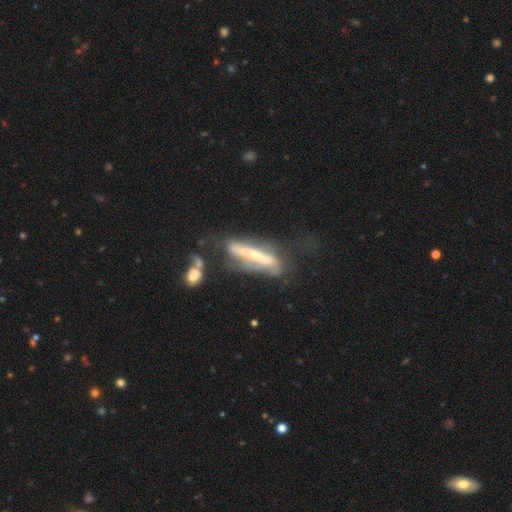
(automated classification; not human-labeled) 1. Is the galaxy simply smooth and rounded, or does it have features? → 64% featured or disk, 28% smooth, 7% star or artifact.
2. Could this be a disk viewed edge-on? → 55% yes, 45% no.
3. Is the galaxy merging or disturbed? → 37% none, 28% major disturbance, 24% minor disturbance, 12% merger.